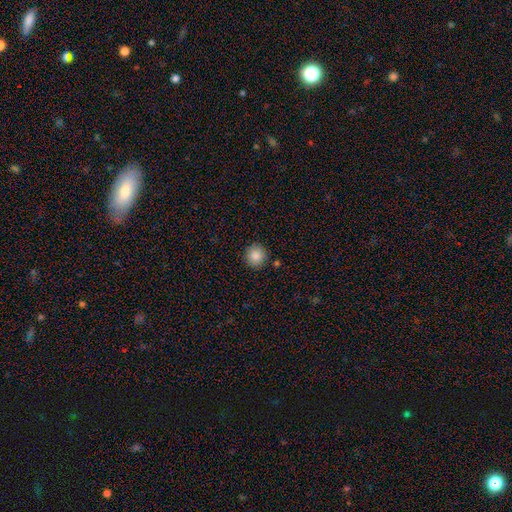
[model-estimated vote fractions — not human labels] The model was most divided on "smooth or featured": smooth: 86%, star or artifact: 9%, featured or disk: 5%. More confident: how rounded — round (92%); merging — none (89%).